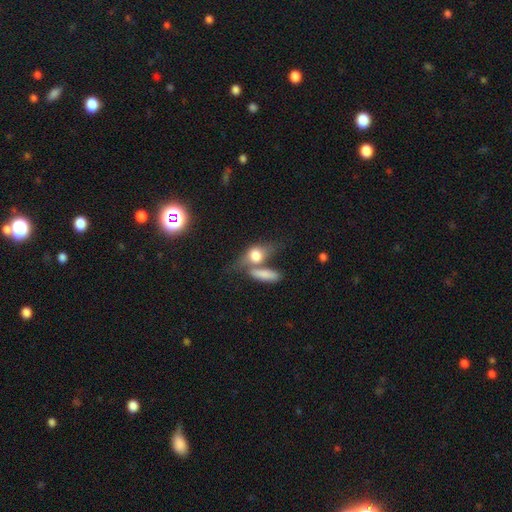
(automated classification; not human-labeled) Smooth or featured? Predicted: smooth (p=0.70). How rounded? Predicted: in between (p=0.66). Merging? Predicted: merger (p=0.47).